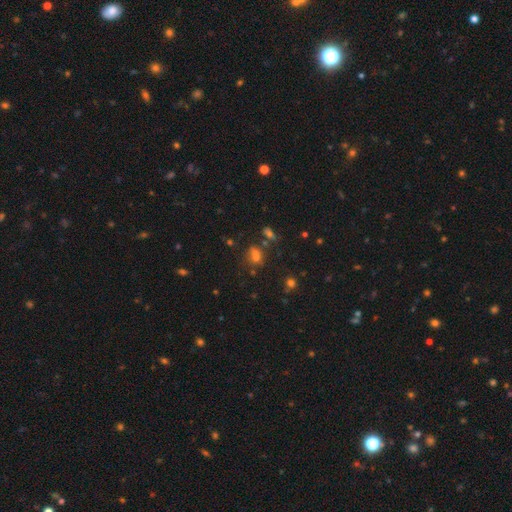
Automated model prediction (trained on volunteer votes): Q: Smooth or featured?
A: smooth (51%); runner-up: star or artifact (37%)
Q: How rounded?
A: round (57%); runner-up: in between (40%)
Q: Merging?
A: none (59%); runner-up: merger (19%)